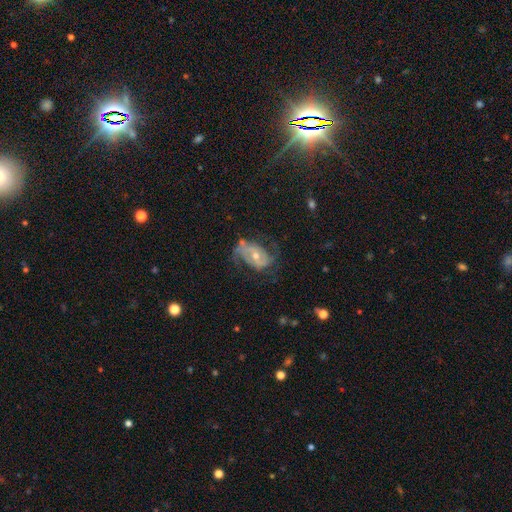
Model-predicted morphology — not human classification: A featured or disk galaxy (80%) with no bar (55%), 2 (67%) medium (43%) spiral arms (89%) and a moderate central bulge (53%). Merging: none (57%).